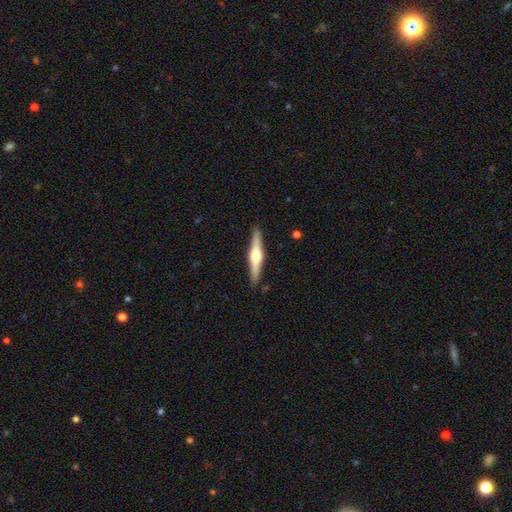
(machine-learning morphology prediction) Smooth or featured? Predicted: featured or disk (p=0.71). Edge-on disk? Predicted: yes (p=0.98). Edge-on bulge? Predicted: rounded (p=0.93). Merging? Predicted: none (p=0.91).